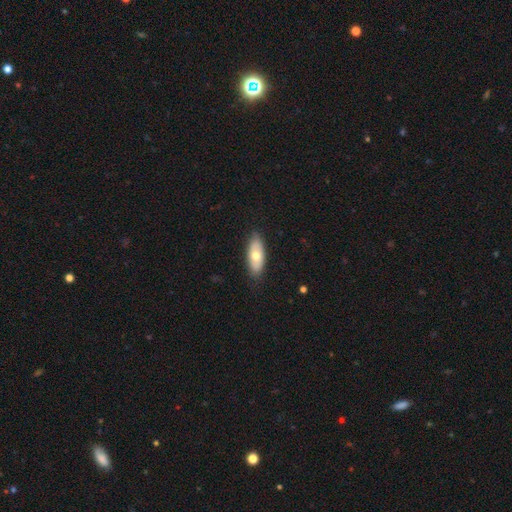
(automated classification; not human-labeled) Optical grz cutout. It shows a smooth galaxy with no disk features (64%) that is in between round and cigar-shaped (82%). Merging: none (86%).